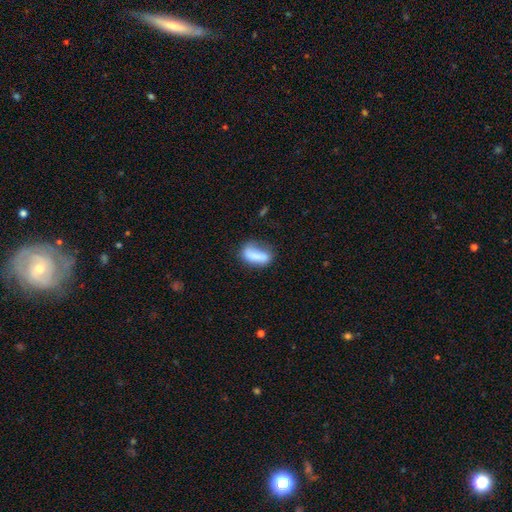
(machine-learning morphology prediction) This is likely a smooth galaxy (78%). How rounded: likely in between (76%). Merging: possibly none (49%).